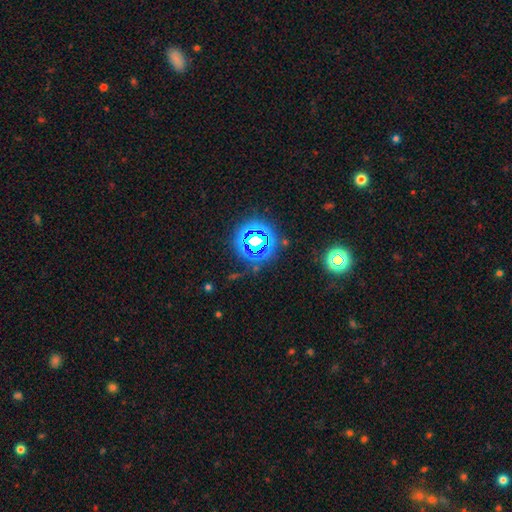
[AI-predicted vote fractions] A star or artifact, not a galaxy (76%).

Vote fractions:
- Smooth or featured? star or artifact: 76% / smooth: 17% / featured or disk: 7%